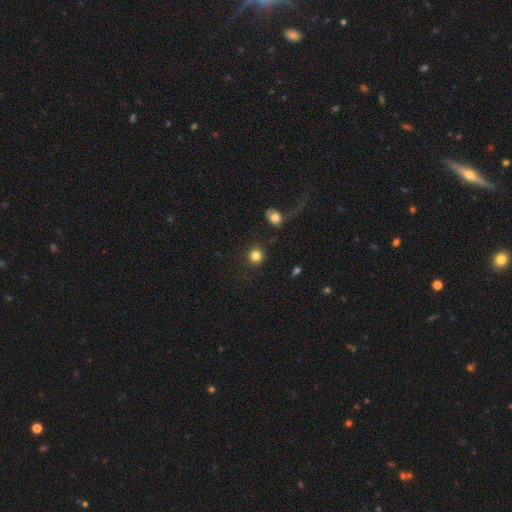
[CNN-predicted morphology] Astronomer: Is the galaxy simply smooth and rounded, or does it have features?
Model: smooth — 84%.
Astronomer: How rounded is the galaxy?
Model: round — 91%.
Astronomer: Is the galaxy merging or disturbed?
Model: none — 87%.